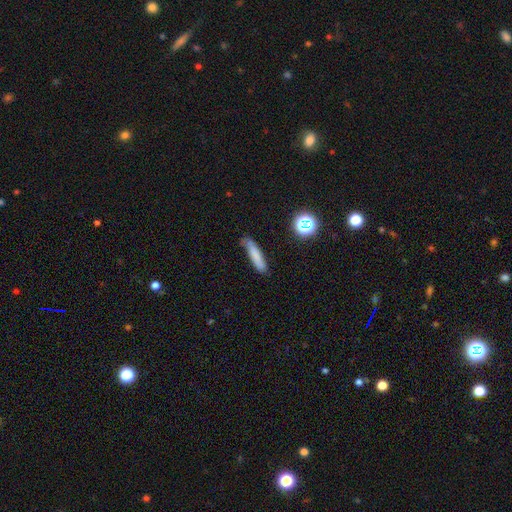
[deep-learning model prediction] A smooth galaxy with no disk features (76%) that is cigar-shaped (84%).

Vote fractions:
- Smooth or featured? smooth: 76% / featured or disk: 15% / star or artifact: 9%
- How rounded? cigar-shaped: 84% / in between: 14% / round: 2%
- Merging? none: 71% / minor disturbance: 21% / major disturbance: 5% / merger: 3%